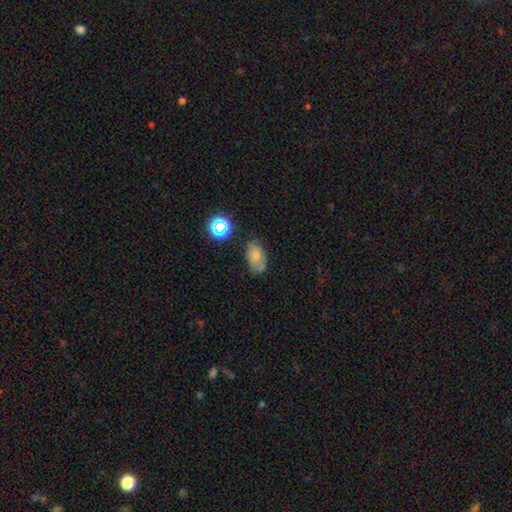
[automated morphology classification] smooth 69%, featured or disk 17%, star or artifact 14%. Down the decision tree: how rounded — in between (88%); merging — none (63%).